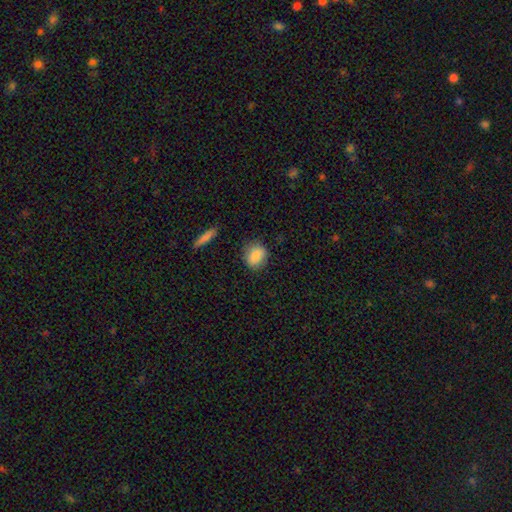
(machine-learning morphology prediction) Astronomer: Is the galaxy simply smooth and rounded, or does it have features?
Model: smooth — 86%.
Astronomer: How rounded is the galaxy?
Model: round — 59% (runner-up: in between, 39%).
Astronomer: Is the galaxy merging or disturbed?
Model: none — 81%.